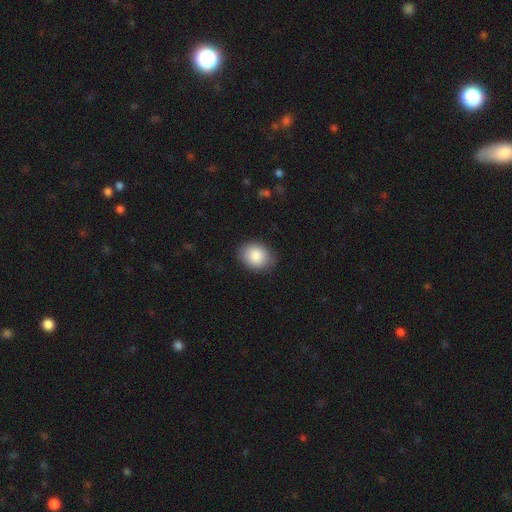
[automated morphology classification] The model was most divided on "how rounded": in between: 52%, round: 48%, cigar-shaped: 1%. More confident: smooth or featured — smooth (88%); merging — none (85%).